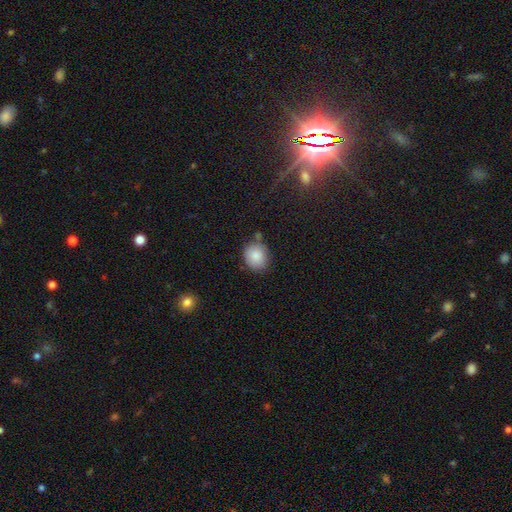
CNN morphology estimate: A smooth galaxy with no disk features (86%) that is round (64%).

Vote fractions:
- Smooth or featured? smooth: 86% / star or artifact: 8% / featured or disk: 6%
- How rounded? round: 64% / in between: 35% / cigar-shaped: 1%
- Merging? none: 74% / minor disturbance: 16% / merger: 6% / major disturbance: 4%